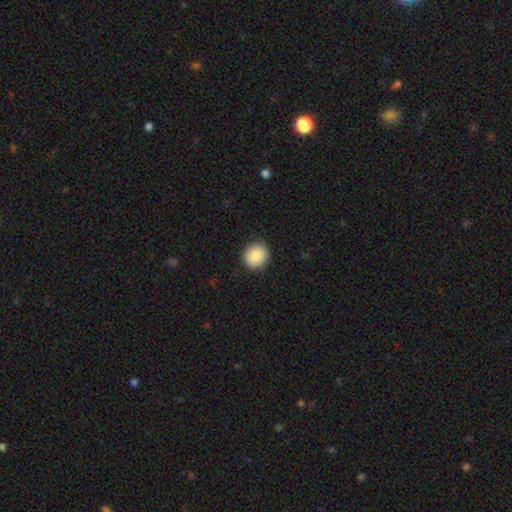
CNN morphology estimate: type=smooth (87%); roundness=round (87%); merging=none (91%).